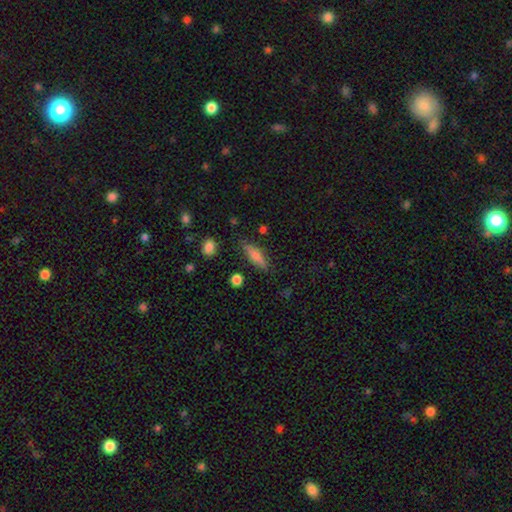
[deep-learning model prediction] Smooth or featured? smooth (73%)
How rounded? cigar-shaped (57%)
Merging? none (79%)